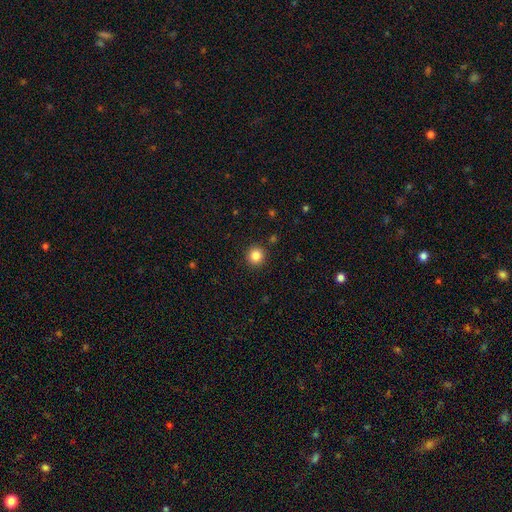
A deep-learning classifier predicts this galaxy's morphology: The model was most divided on "smooth or featured": smooth: 84%, star or artifact: 11%, featured or disk: 5%. More confident: how rounded — round (94%); merging — none (91%).